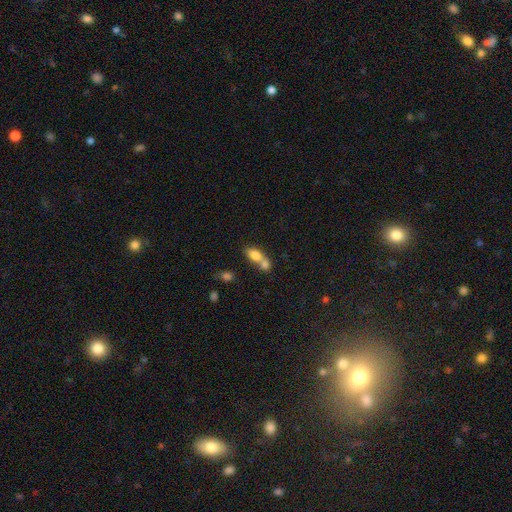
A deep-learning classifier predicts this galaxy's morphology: A smooth galaxy with no disk features (76%) that is in between round and cigar-shaped (75%). Merging: merger (66%).